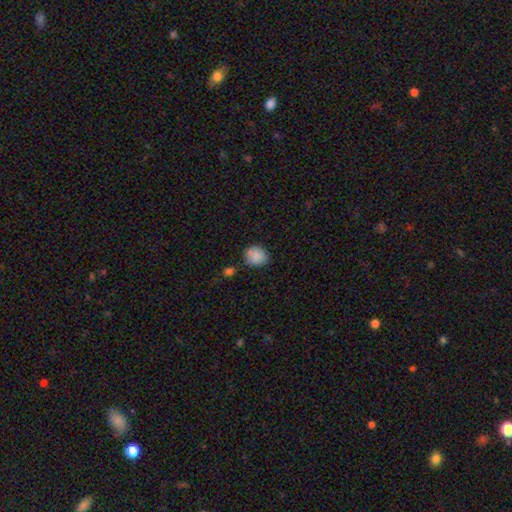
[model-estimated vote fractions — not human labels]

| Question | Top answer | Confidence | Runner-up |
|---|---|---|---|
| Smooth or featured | smooth | 86% | star or artifact (9%) |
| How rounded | round | 72% | in between (27%) |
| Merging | none | 70% | minor disturbance (18%) |